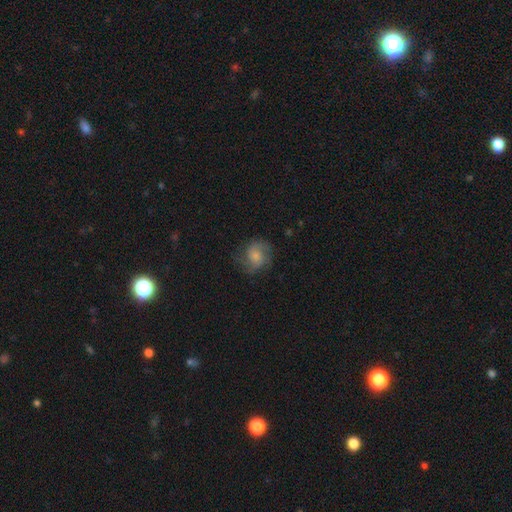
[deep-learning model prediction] Morphology: type=featured or disk (47%); merging=none (69%).